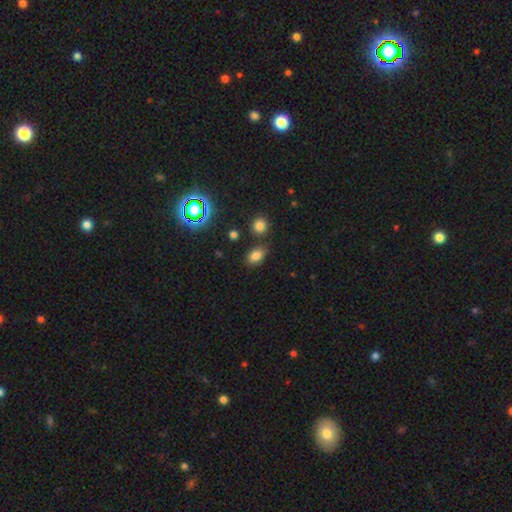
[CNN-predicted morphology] Smooth or featured? smooth (76%)
How rounded? in between (84%)
Merging? none (75%)